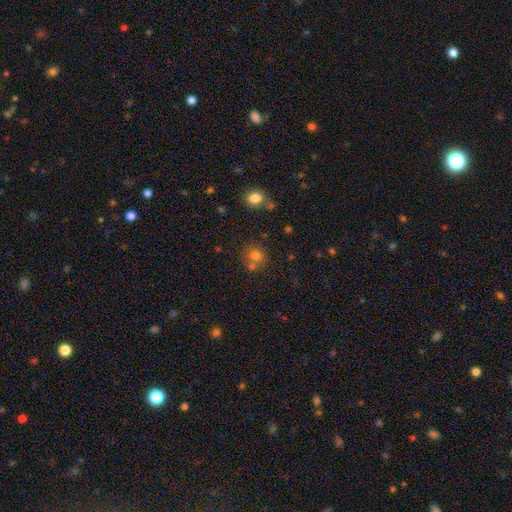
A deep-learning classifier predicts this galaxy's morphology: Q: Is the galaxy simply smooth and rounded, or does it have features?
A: smooth — 73%.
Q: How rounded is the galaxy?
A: round — 83%.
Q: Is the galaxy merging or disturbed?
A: none — 57%.